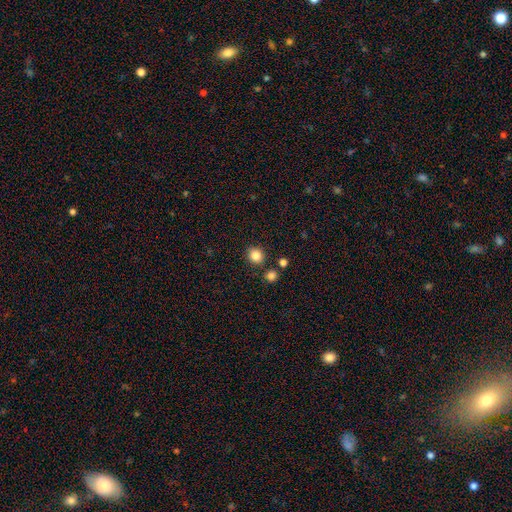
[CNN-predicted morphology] type=smooth (85%); roundness=round (80%); merging=none (84%).